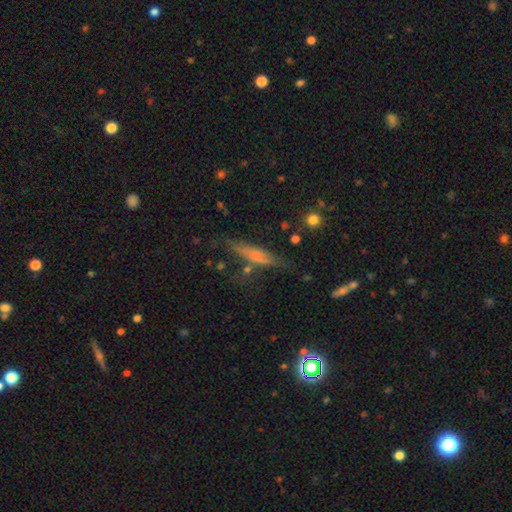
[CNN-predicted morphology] The model was most divided on "smooth or featured": smooth: 50%, featured or disk: 38%, star or artifact: 11%. More confident: how rounded — cigar-shaped (80%); merging — none (66%).